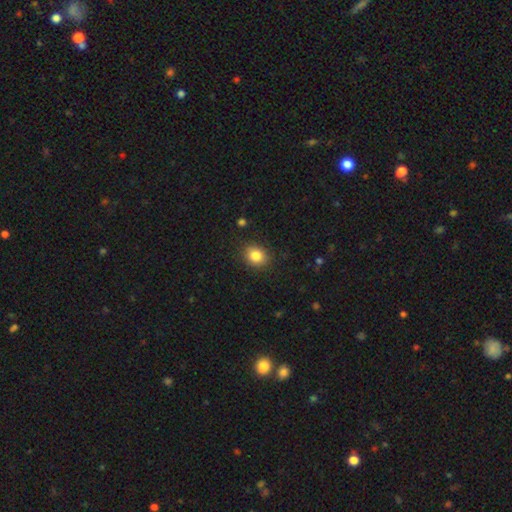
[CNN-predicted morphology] A smooth galaxy with no disk features (84%) that is round (55%).

Vote fractions:
- Smooth or featured? smooth: 84% / star or artifact: 10% / featured or disk: 6%
- How rounded? round: 55% / in between: 44% / cigar-shaped: 1%
- Merging? none: 87% / minor disturbance: 10% / major disturbance: 2% / merger: 1%